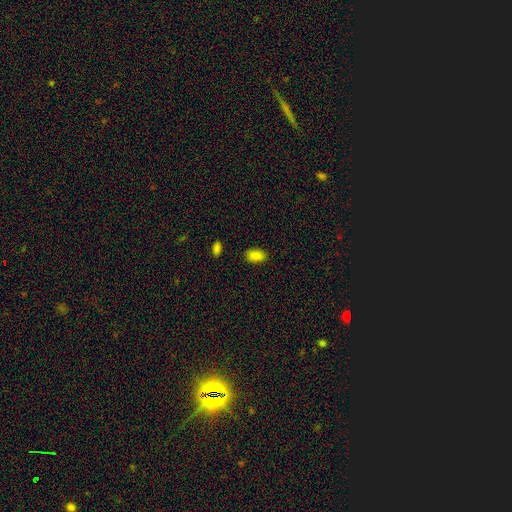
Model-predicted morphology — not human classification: This appears to be a smooth galaxy with no disk features (86%) that is in between round and cigar-shaped (92%). Merging: none (86%).